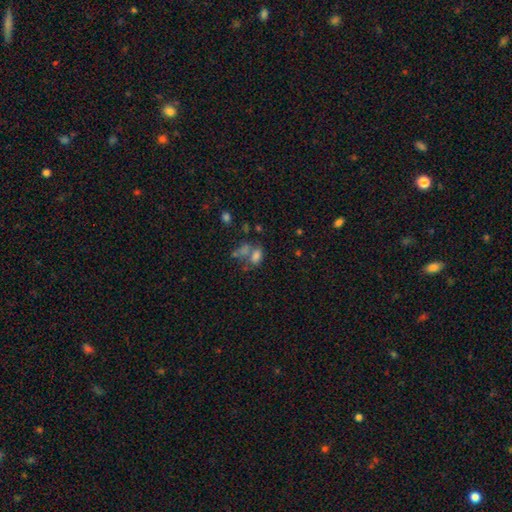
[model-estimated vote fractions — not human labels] smooth 70%, featured or disk 15%, star or artifact 15%. Down the decision tree: how rounded — in between (84%); merging — merger (42%).